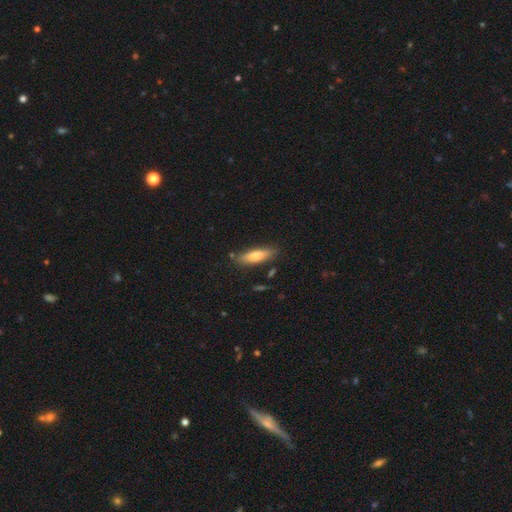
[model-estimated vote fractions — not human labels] Smooth or featured?
  - smooth: 71% *
  - featured or disk: 22%
  - star or artifact: 6%
How rounded?
  - cigar-shaped: 56% *
  - in between: 42%
  - round: 2%
Merging?
  - none: 81% *
  - minor disturbance: 13%
  - merger: 3%
  - major disturbance: 3%